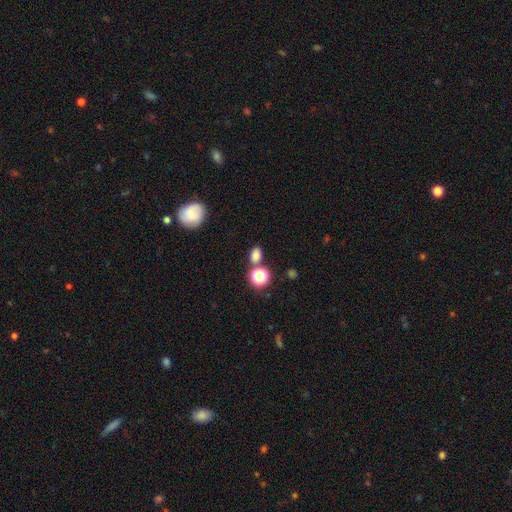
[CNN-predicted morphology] type=smooth (76%); roundness=in between (67%); merging=none (70%).